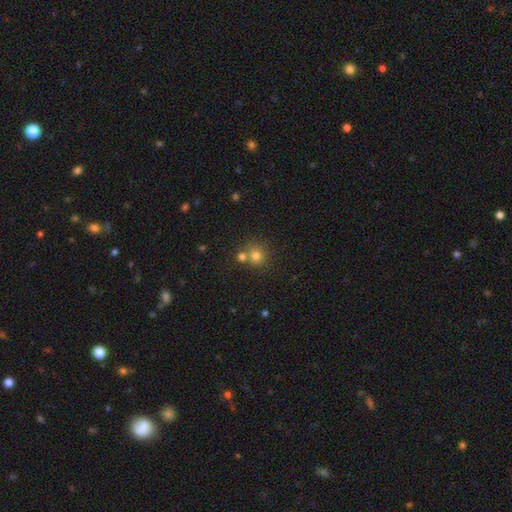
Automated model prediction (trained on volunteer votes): Smooth or featured?
  - smooth: 76% *
  - star or artifact: 15%
  - featured or disk: 8%
How rounded?
  - round: 89% *
  - in between: 10%
  - cigar-shaped: 1%
Merging?
  - none: 61% *
  - merger: 28%
  - minor disturbance: 8%
  - major disturbance: 3%